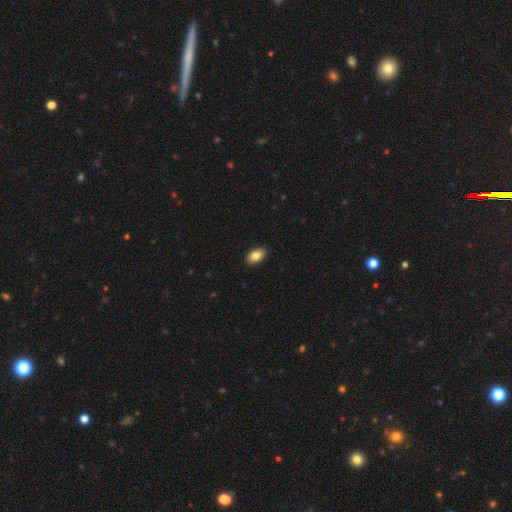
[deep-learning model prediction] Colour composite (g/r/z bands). It shows a smooth galaxy with no disk features (85%) that is in between round and cigar-shaped (91%). Merging: none (91%).